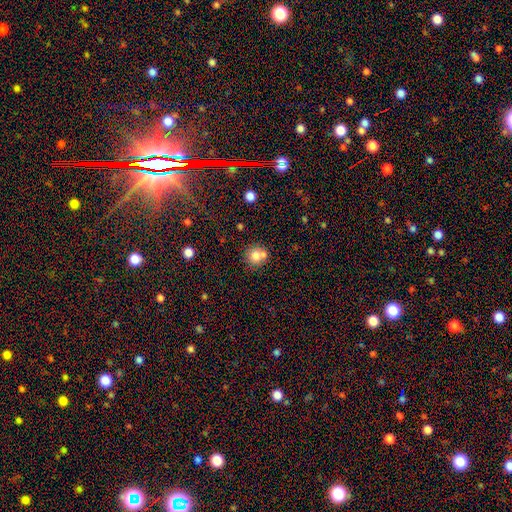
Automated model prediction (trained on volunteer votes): Smooth or featured? Predicted: smooth (p=0.77). How rounded? Predicted: round (p=0.89). Merging? Predicted: none (p=0.57).